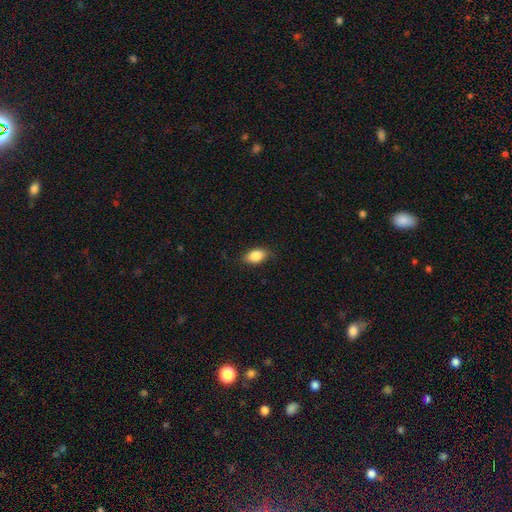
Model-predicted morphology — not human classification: smooth_or_featured: smooth (p=0.86) [alt: star or artifact p=0.07]
how_rounded: in between (p=0.87) [alt: round p=0.10]
merging: none (p=0.82) [alt: minor disturbance p=0.14]